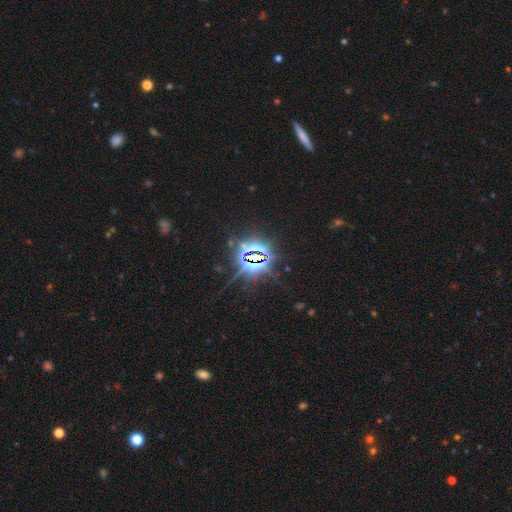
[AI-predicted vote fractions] Smooth or featured?
  - star or artifact: 85% *
  - smooth: 8%
  - featured or disk: 7%